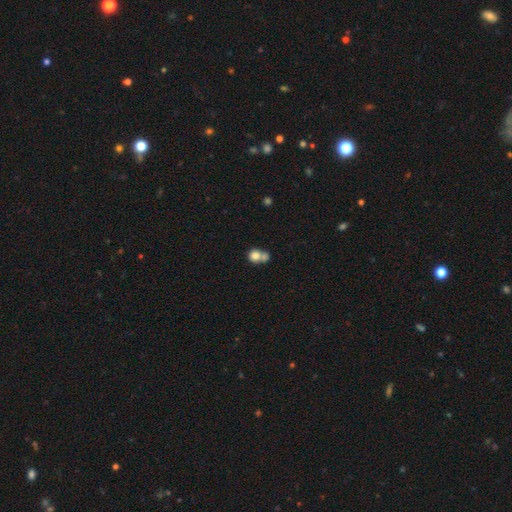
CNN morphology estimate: The model was most divided on "merging": merger: 56%, none: 30%, minor disturbance: 9%, major disturbance: 5%. More confident: smooth or featured — smooth (76%); how rounded — round (72%).